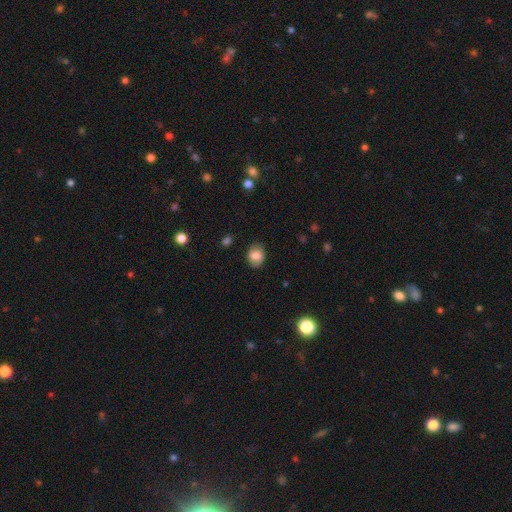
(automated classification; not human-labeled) Smooth or featured? Predicted: smooth (p=0.80). How rounded? Predicted: in between (p=0.52). Merging? Predicted: none (p=0.79).